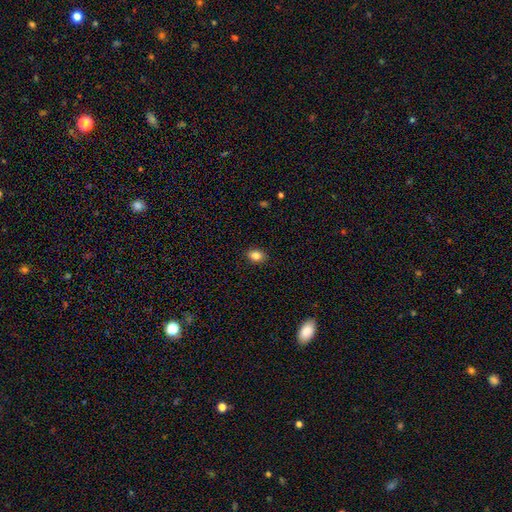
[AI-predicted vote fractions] smooth-or-featured: smooth: 85% | star or artifact: 10% | featured or disk: 6%
  how-rounded: in between: 72% | round: 27% | cigar-shaped: 1%
  merging: none: 89% | minor disturbance: 8% | major disturbance: 2% | merger: 1%